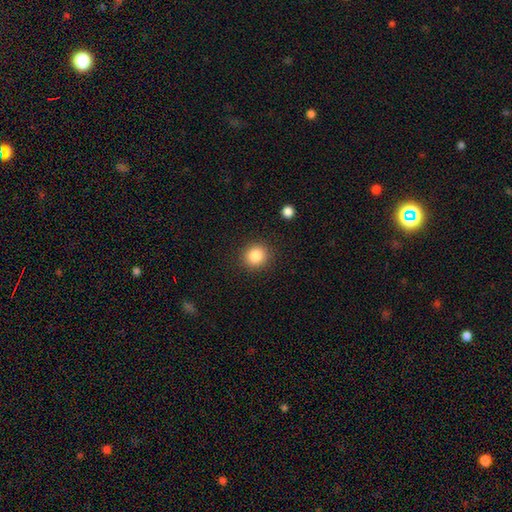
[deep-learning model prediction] A smooth galaxy with no disk features (85%) that is round (87%). Merging: none (90%).